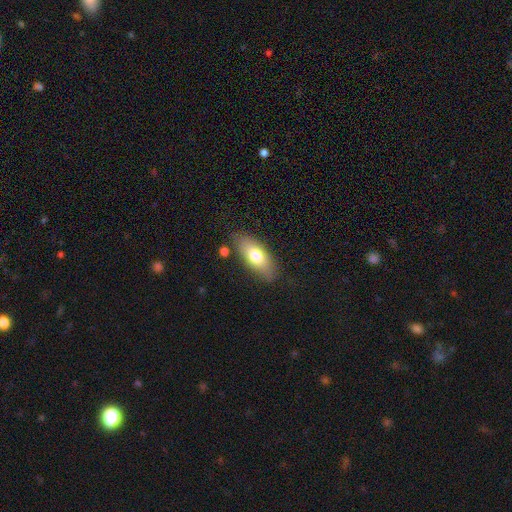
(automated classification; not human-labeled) Smooth or featured? smooth (71%)
How rounded? in between (82%)
Merging? none (79%)